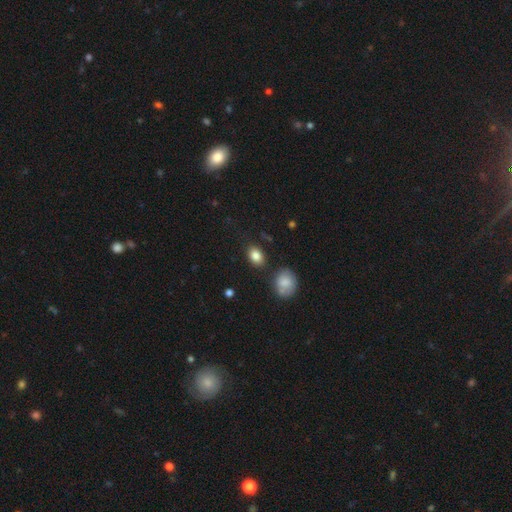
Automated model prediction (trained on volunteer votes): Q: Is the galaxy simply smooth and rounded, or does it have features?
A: smooth — 84%.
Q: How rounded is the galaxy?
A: in between — 77%.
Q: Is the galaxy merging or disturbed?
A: none — 81%.